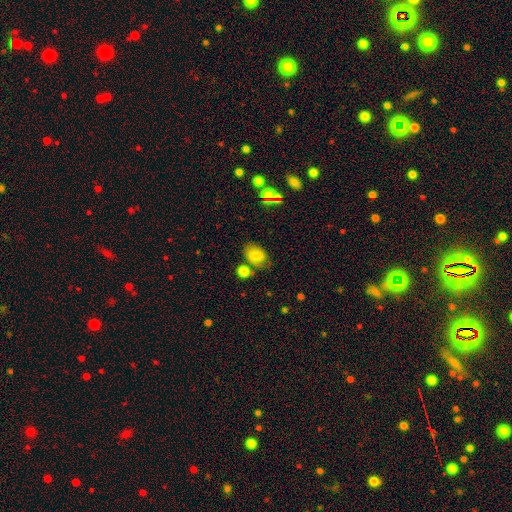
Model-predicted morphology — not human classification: The model was most divided on "merging": none: 61%, minor disturbance: 22%, merger: 10%, major disturbance: 8%. More confident: smooth or featured — smooth (79%); how rounded — in between (79%).